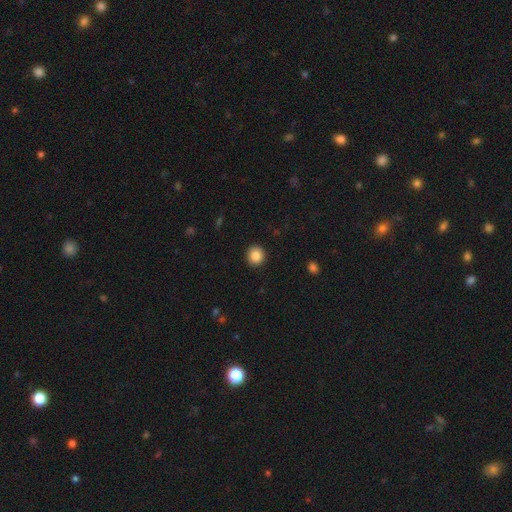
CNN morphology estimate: smooth-or-featured: smooth: 87% | star or artifact: 9% | featured or disk: 4%
  how-rounded: round: 89% | in between: 11% | cigar-shaped: 1%
  merging: none: 92% | minor disturbance: 5% | major disturbance: 2% | merger: 1%